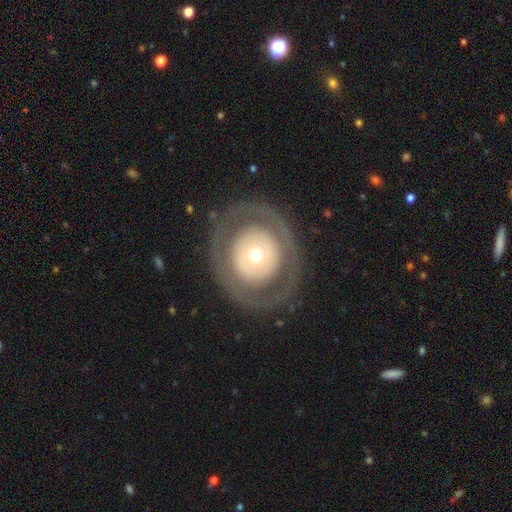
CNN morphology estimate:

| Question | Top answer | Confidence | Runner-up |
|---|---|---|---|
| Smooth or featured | featured or disk | 57% | smooth (37%) |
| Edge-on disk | no | 94% | yes (6%) |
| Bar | no | 90% | weak (7%) |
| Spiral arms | no | 88% | yes (12%) |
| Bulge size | moderate | 54% | small (34%) |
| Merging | none | 82% | minor disturbance (9%) |